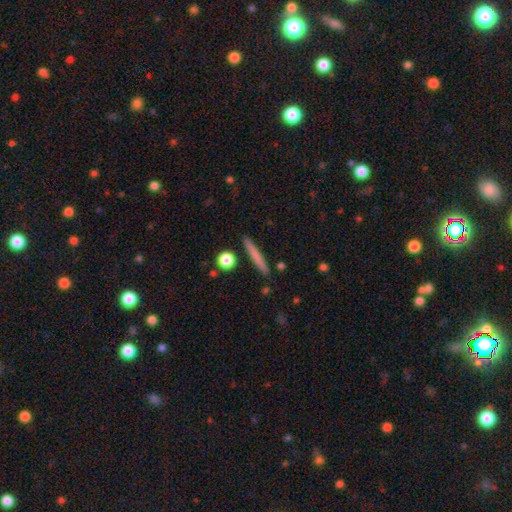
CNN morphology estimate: This is likely a smooth galaxy (69%). How rounded: clearly cigar-shaped (94%). Merging: clearly none (89%).